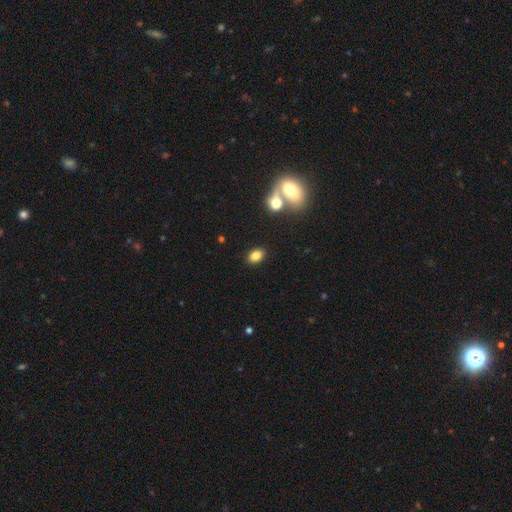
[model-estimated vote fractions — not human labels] The model was most divided on "how rounded": in between: 77%, round: 22%, cigar-shaped: 1%. More confident: merging — none (85%); smooth or featured — smooth (82%).